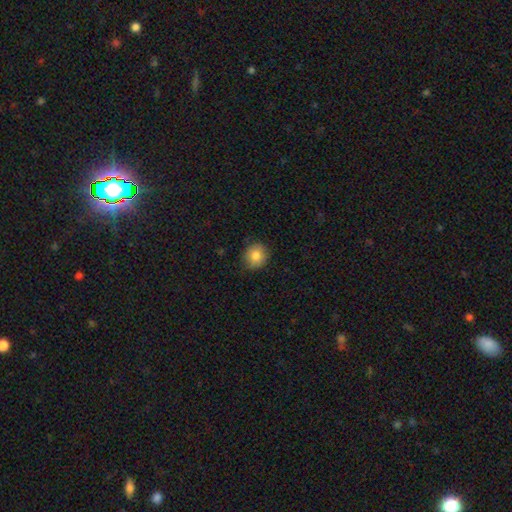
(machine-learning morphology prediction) smooth 83%, star or artifact 9%, featured or disk 8%. Down the decision tree: how rounded — round (86%); merging — none (87%).